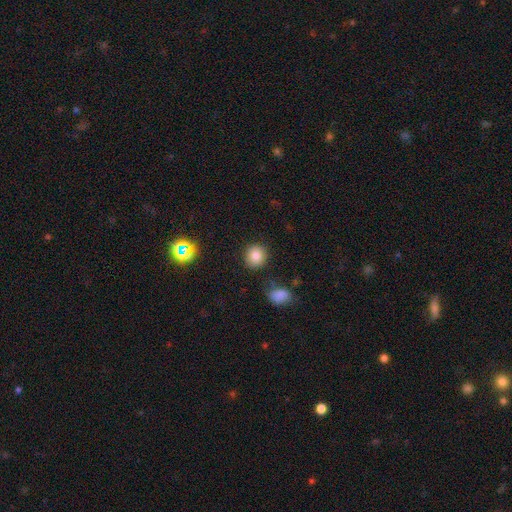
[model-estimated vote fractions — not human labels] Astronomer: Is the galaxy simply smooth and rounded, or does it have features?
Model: smooth — 83%.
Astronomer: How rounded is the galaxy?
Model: round — 87%.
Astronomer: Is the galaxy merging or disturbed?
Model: none — 85%.